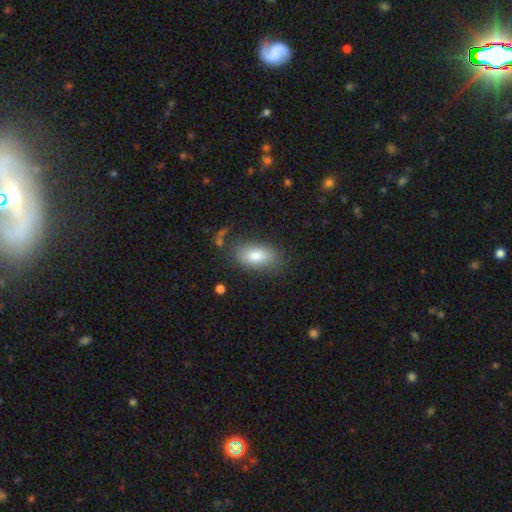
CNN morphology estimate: Smooth or featured?
  - smooth: 80% *
  - featured or disk: 12%
  - star or artifact: 8%
How rounded?
  - in between: 91% *
  - cigar-shaped: 5%
  - round: 5%
Merging?
  - none: 75% *
  - minor disturbance: 16%
  - major disturbance: 5%
  - merger: 3%